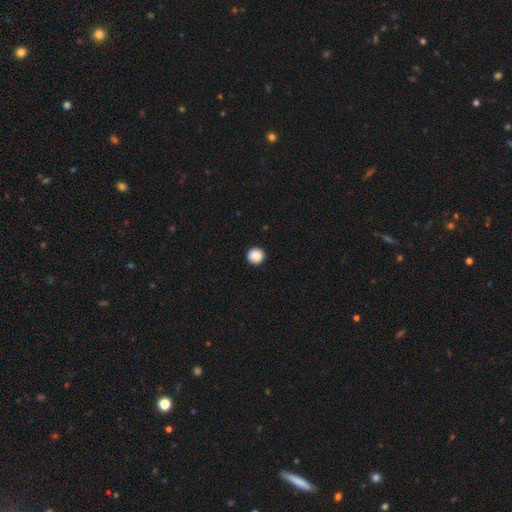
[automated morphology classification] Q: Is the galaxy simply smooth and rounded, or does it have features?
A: smooth — 88%.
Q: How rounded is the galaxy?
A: round — 95%.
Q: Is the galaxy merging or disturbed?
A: none — 92%.